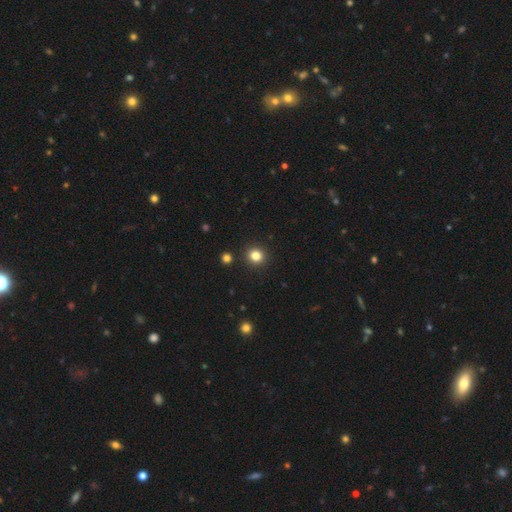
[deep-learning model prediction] This appears to be a smooth galaxy with no disk features (82%) that is round (90%). Merging: none (91%).